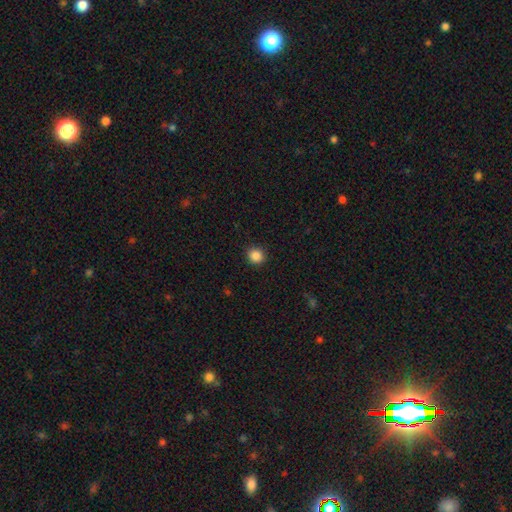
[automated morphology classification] smooth 87%, star or artifact 10%, featured or disk 3%. Down the decision tree: how rounded — round (91%); merging — none (92%).